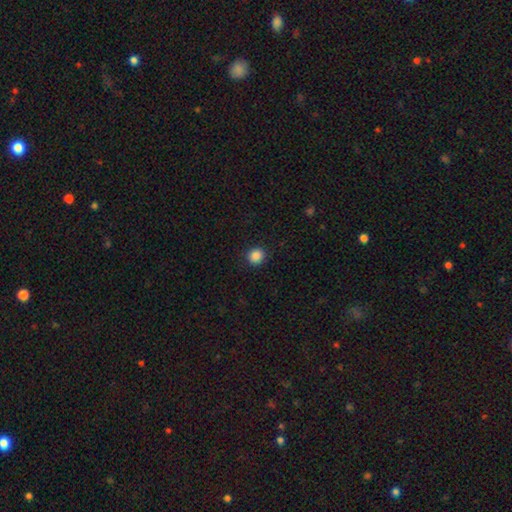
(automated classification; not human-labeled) smooth 88%, star or artifact 10%, featured or disk 3%. Down the decision tree: how rounded — round (91%); merging — none (91%).